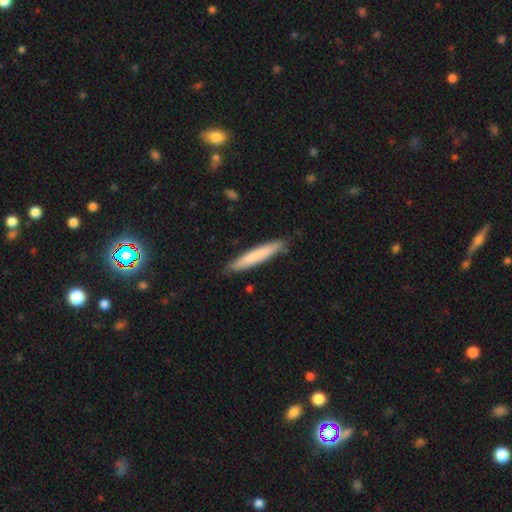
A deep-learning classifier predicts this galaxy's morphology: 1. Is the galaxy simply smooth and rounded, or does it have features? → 75% smooth, 19% featured or disk, 5% star or artifact.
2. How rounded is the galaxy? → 94% cigar-shaped, 5% in between, 1% round.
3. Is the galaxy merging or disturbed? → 87% none, 10% minor disturbance, 2% major disturbance, 1% merger.